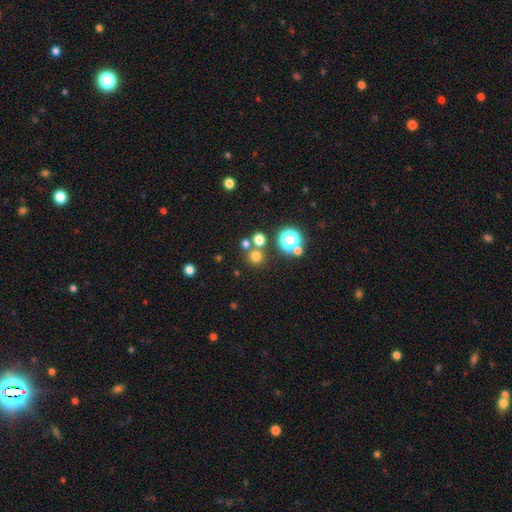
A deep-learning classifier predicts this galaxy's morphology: Smooth or featured: smooth — 67% (star or artifact — 26%)
How rounded: round — 92% (in between — 7%)
Merging: none — 71% (merger — 18%)